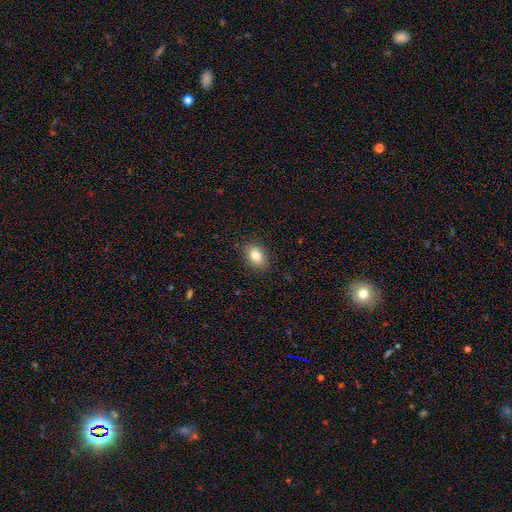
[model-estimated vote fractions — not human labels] Smooth or featured?
  - smooth: 82% *
  - star or artifact: 9%
  - featured or disk: 9%
How rounded?
  - in between: 78% *
  - round: 20%
  - cigar-shaped: 1%
Merging?
  - none: 88% *
  - minor disturbance: 9%
  - major disturbance: 2%
  - merger: 1%